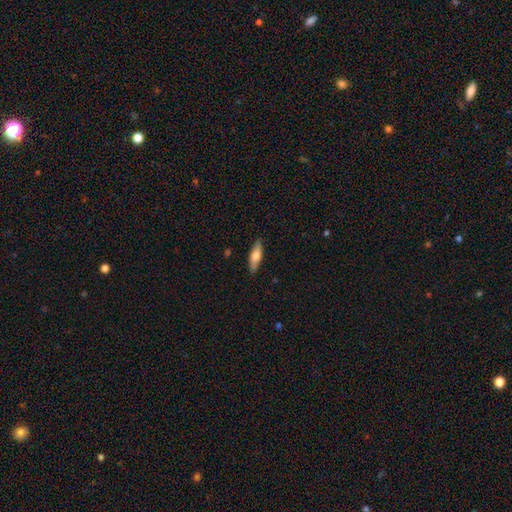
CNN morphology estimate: This is likely a smooth galaxy (62%). How rounded: possibly cigar-shaped (55%). Merging: clearly none (87%).